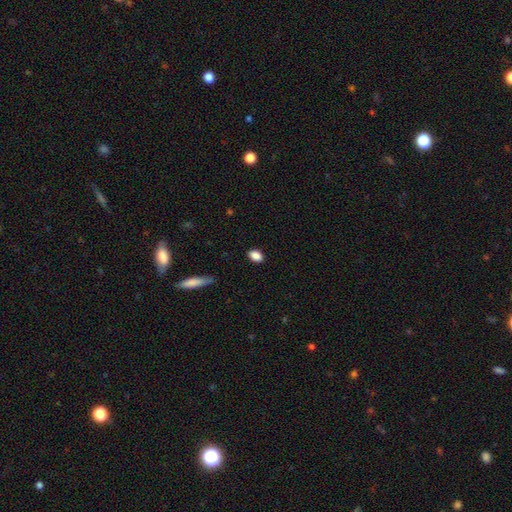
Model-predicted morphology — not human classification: Smooth or featured? smooth (88%)
How rounded? in between (82%)
Merging? none (87%)